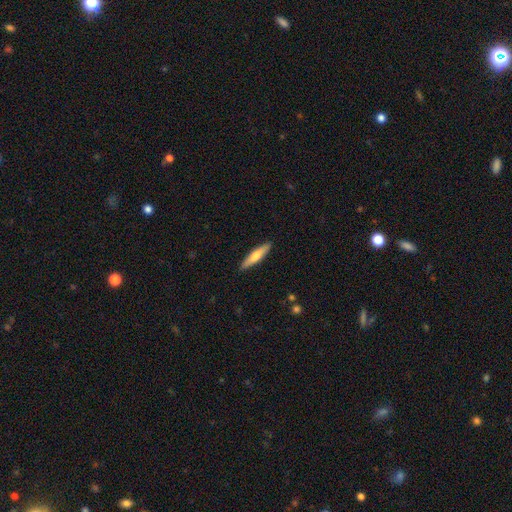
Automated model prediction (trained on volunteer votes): smooth 57%, featured or disk 37%, star or artifact 5%. Down the decision tree: how rounded — cigar-shaped (84%); merging — none (90%).